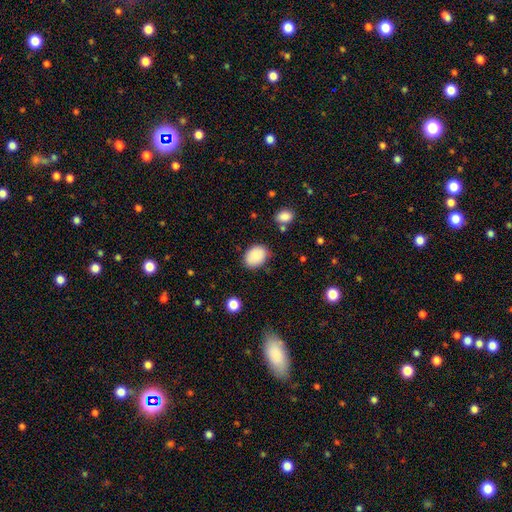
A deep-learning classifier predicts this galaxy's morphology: smooth 88%, star or artifact 7%, featured or disk 4%. Down the decision tree: how rounded — in between (67%); merging — none (78%).